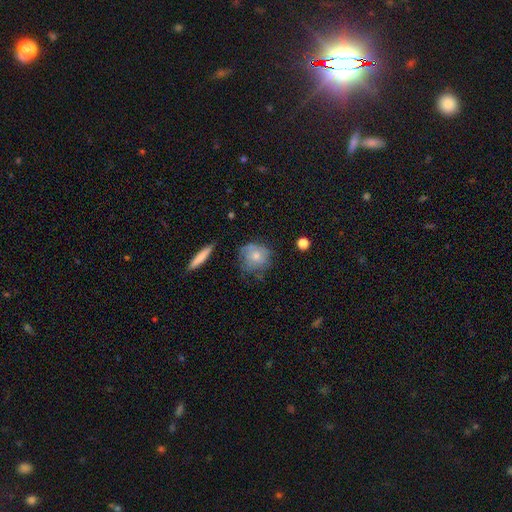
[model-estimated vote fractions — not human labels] This is likely a smooth galaxy (60%). How rounded: likely round (79%). Merging: possibly none (54%).